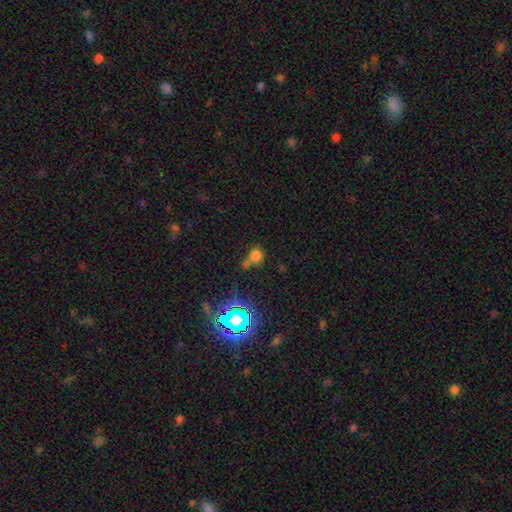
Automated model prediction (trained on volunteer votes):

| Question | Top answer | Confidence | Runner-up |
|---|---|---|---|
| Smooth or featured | smooth | 67% | star or artifact (24%) |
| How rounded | round | 77% | in between (22%) |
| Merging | none | 46% | merger (33%) |